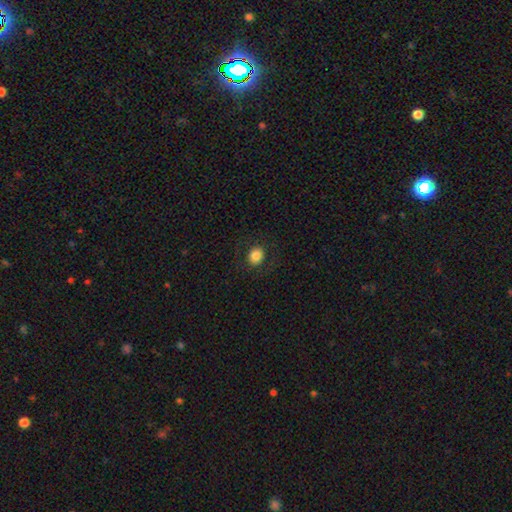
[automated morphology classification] A smooth galaxy with no disk features (83%) that is round (65%).

Vote fractions:
- Smooth or featured? smooth: 83% / star or artifact: 9% / featured or disk: 8%
- How rounded? round: 65% / in between: 34% / cigar-shaped: 1%
- Merging? none: 87% / minor disturbance: 8% / major disturbance: 4% / merger: 1%